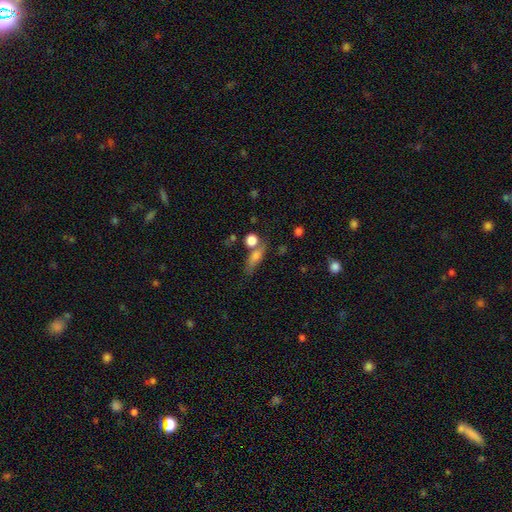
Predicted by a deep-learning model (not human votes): Smooth or featured? Predicted: smooth (p=0.65). How rounded? Predicted: cigar-shaped (p=0.43). Merging? Predicted: none (p=0.53).